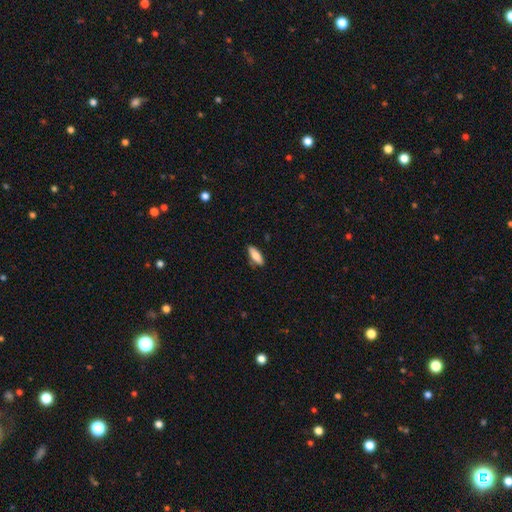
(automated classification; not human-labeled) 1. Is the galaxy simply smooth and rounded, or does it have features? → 78% smooth, 16% featured or disk, 6% star or artifact.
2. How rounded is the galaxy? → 59% in between, 39% cigar-shaped, 2% round.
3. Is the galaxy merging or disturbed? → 82% none, 13% minor disturbance, 2% major disturbance, 2% merger.